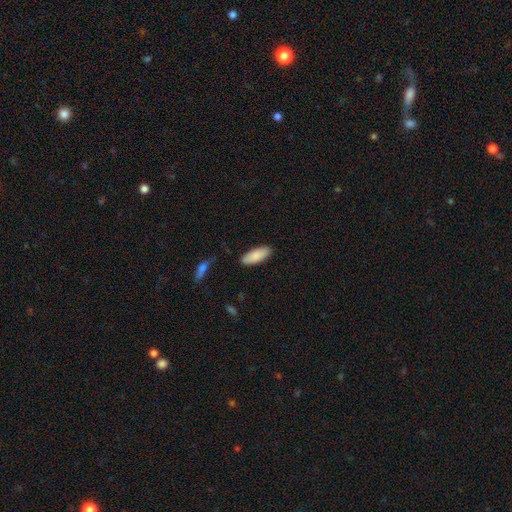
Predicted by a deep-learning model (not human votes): This is clearly a smooth galaxy (87%). How rounded: likely in between (77%). Merging: clearly none (87%).